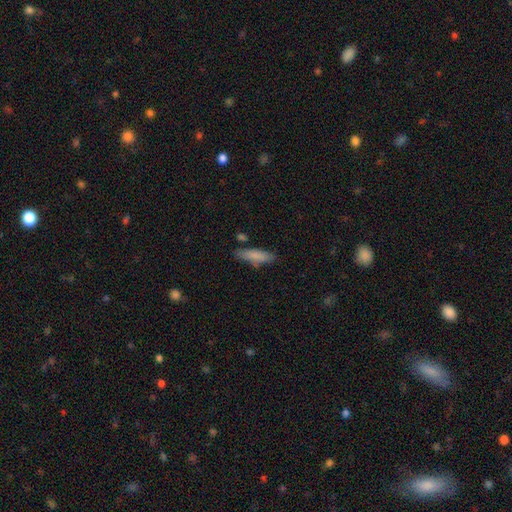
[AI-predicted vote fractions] The model was most divided on "how rounded": cigar-shaped: 63%, in between: 36%, round: 2%. More confident: smooth or featured — smooth (81%); merging — none (74%).